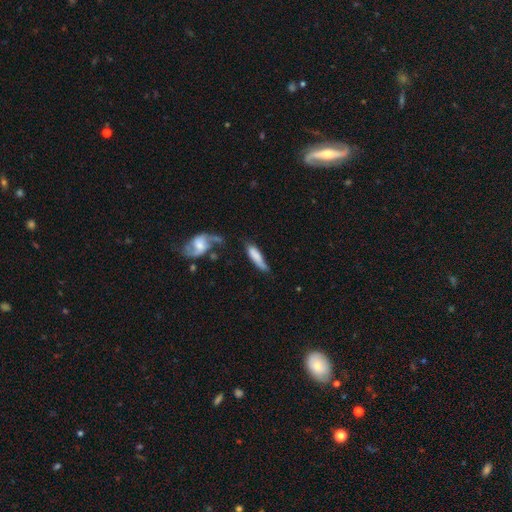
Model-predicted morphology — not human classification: smooth-or-featured: smooth: 71% | featured or disk: 23% | star or artifact: 7%
  how-rounded: cigar-shaped: 65% | in between: 33% | round: 2%
  merging: none: 40% | minor disturbance: 31% | major disturbance: 16% | merger: 13%